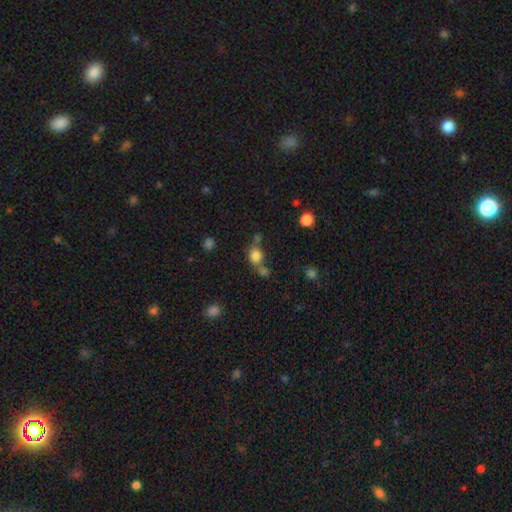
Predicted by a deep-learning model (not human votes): Smooth or featured? smooth (80%)
How rounded? round (64%)
Merging? none (50%)